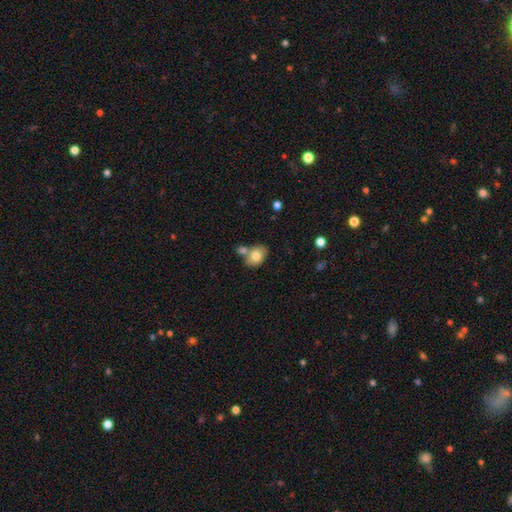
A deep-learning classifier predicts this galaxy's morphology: Overall: smooth (77%). How rounded: in between (73%). Merging: none (50%; merger 32%).